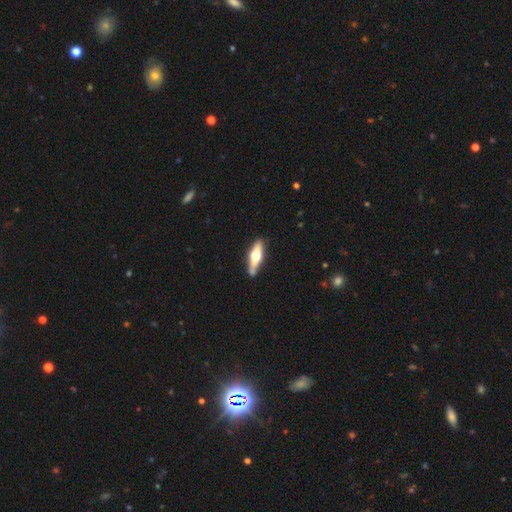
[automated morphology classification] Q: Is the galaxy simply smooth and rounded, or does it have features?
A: featured or disk — 57%.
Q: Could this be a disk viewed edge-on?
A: yes — 91%.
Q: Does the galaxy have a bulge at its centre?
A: rounded — 94%.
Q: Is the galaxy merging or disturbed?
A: none — 78%.